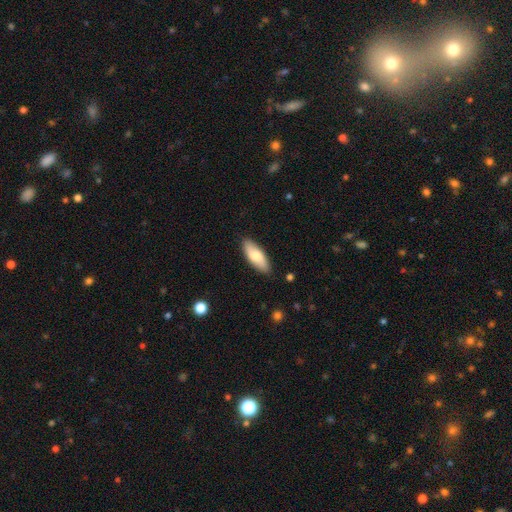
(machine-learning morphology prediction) Smooth or featured? Predicted: smooth (p=0.75). How rounded? Predicted: in between (p=0.74). Merging? Predicted: none (p=0.87).